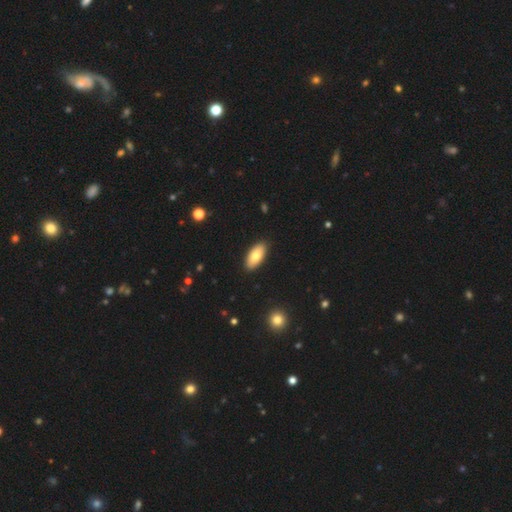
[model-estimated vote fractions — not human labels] smooth-or-featured: smooth: 79% | featured or disk: 15% | star or artifact: 6%
  how-rounded: in between: 90% | cigar-shaped: 8% | round: 2%
  merging: none: 89% | minor disturbance: 8% | major disturbance: 2% | merger: 1%